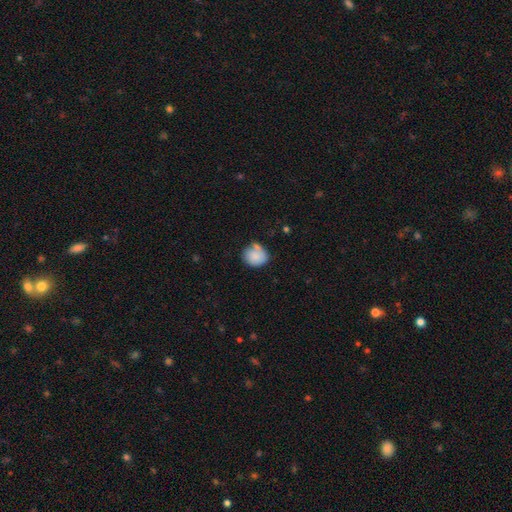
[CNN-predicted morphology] smooth_or_featured: smooth (p=0.82) [alt: featured or disk p=0.11]
how_rounded: round (p=0.74) [alt: in between p=0.25]
merging: none (p=0.55) [alt: minor disturbance p=0.24]